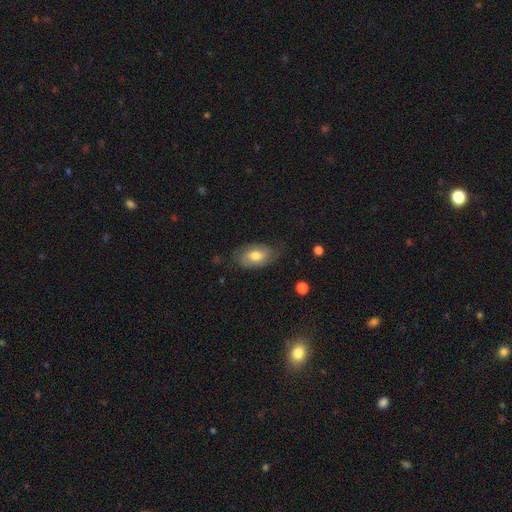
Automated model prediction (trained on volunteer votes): The model was most divided on "smooth or featured": smooth: 51%, featured or disk: 42%, star or artifact: 7%. More confident: how rounded — in between (90%); merging — none (66%).